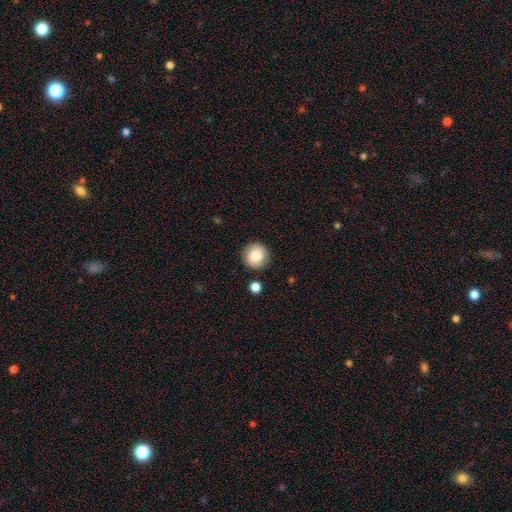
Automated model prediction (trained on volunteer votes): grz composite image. It shows a smooth galaxy with no disk features (83%) that is round (94%). Merging: none (88%).